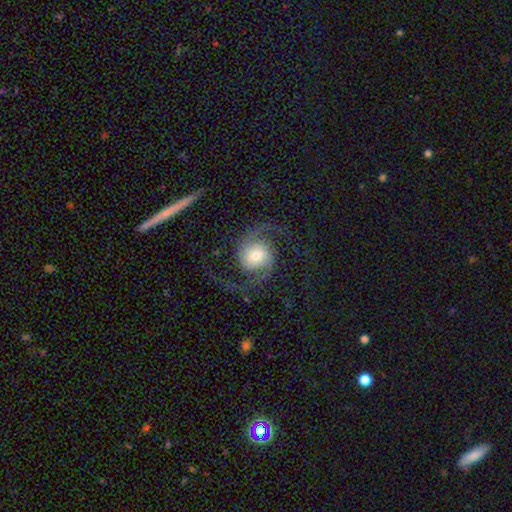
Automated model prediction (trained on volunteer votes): Overall: featured or disk (86%). Edge-on disk: no (98%). Bar: no (65%; weak 25%). Spiral arms: yes (97%). Spiral arm count: 2 (94%). Spiral winding: loose (49%; medium 41%). Bulge size: moderate (48%; small 34%). Merging: none (73%).